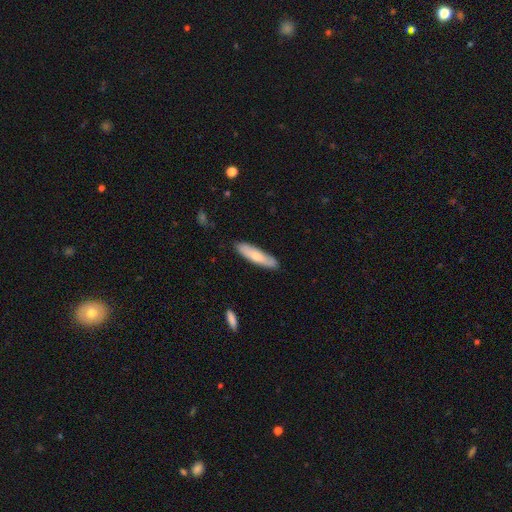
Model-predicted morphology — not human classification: The model was most divided on "smooth or featured": smooth: 71%, featured or disk: 24%, star or artifact: 5%. More confident: merging — none (85%); how rounded — cigar-shaped (76%).